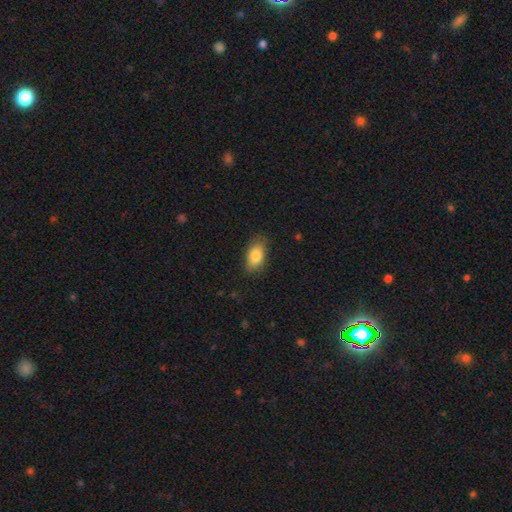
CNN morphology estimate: Overall: smooth (83%). How rounded: in between (89%). Merging: none (80%).